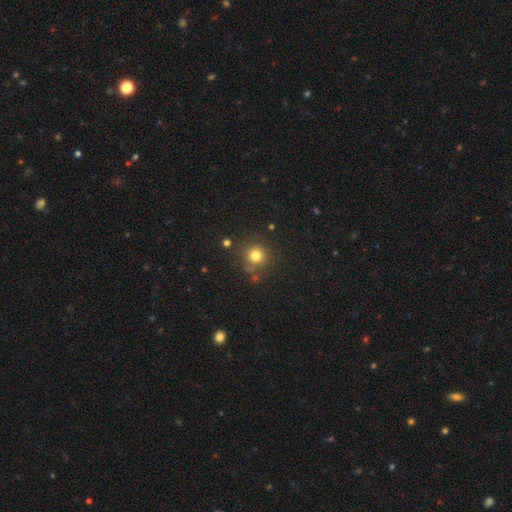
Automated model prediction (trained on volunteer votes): smooth_or_featured: smooth (p=0.78) [alt: star or artifact p=0.14]
how_rounded: round (p=0.92) [alt: in between p=0.07]
merging: none (p=0.79) [alt: minor disturbance p=0.11]